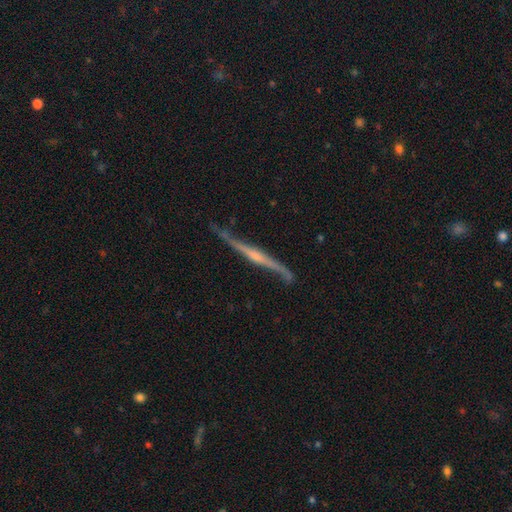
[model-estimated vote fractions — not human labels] A featured or disk galaxy (85%) viewed edge-on (91%) with a rounded central bulge (69%). Merging: none (73%).